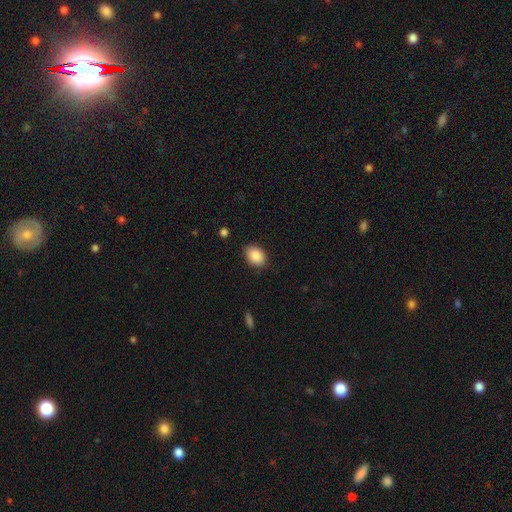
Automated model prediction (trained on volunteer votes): A smooth galaxy with no disk features (88%) that is in between round and cigar-shaped (74%).

Vote fractions:
- Smooth or featured? smooth: 88% / star or artifact: 7% / featured or disk: 4%
- How rounded? in between: 74% / round: 25% / cigar-shaped: 1%
- Merging? none: 85% / minor disturbance: 11% / major disturbance: 3% / merger: 1%